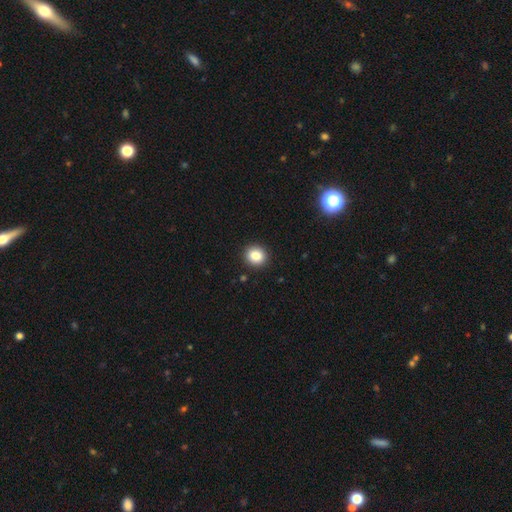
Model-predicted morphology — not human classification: Smooth or featured? Predicted: smooth (p=0.85). How rounded? Predicted: round (p=0.84). Merging? Predicted: none (p=0.92).